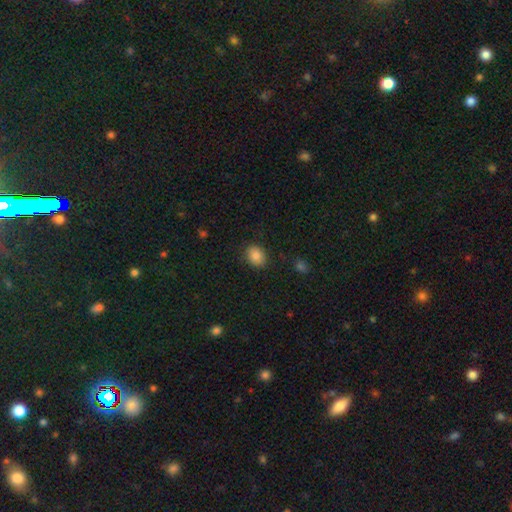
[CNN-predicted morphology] Smooth or featured?
  - smooth: 85% *
  - star or artifact: 9%
  - featured or disk: 7%
How rounded?
  - in between: 54% *
  - round: 45%
  - cigar-shaped: 1%
Merging?
  - none: 86% *
  - minor disturbance: 10%
  - major disturbance: 3%
  - merger: 1%